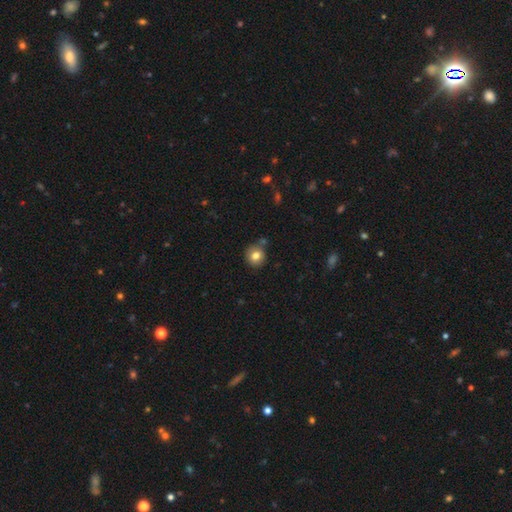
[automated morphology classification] smooth 81%, star or artifact 10%, featured or disk 9%. Down the decision tree: how rounded — round (89%); merging — none (76%).